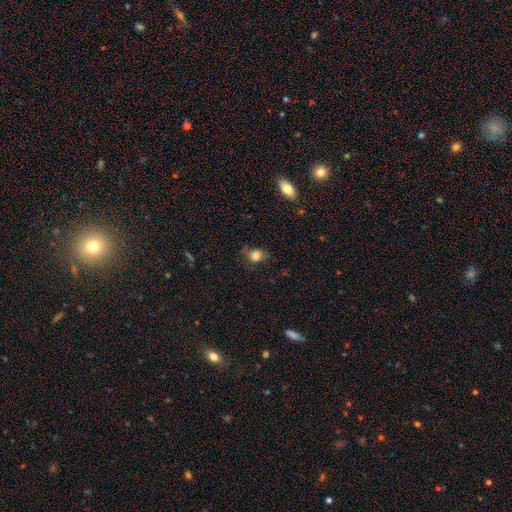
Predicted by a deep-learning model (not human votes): smooth 81%, star or artifact 10%, featured or disk 9%. Down the decision tree: how rounded — in between (50%); merging — none (54%).